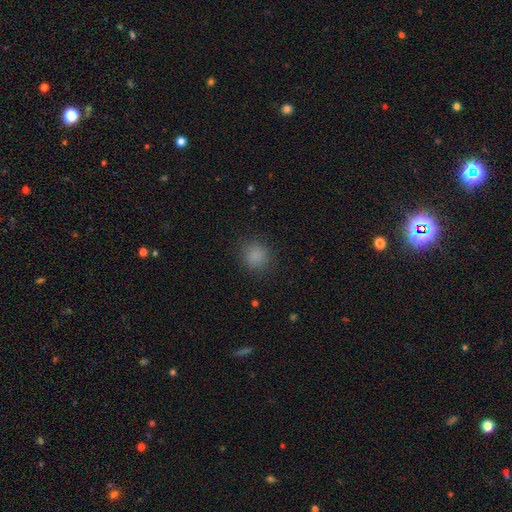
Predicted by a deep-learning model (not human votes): This appears to be a smooth galaxy with no disk features (84%) that is round (88%). Merging: none (87%).